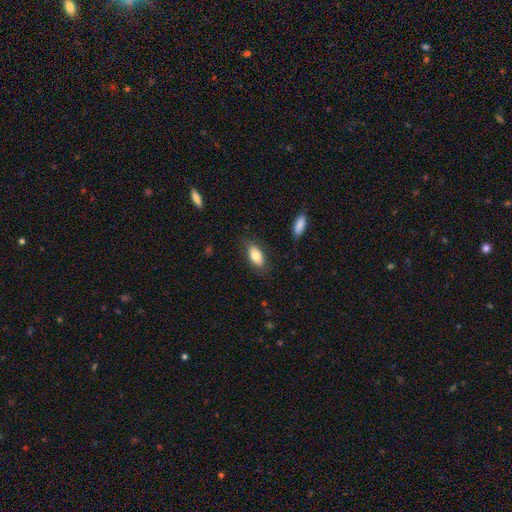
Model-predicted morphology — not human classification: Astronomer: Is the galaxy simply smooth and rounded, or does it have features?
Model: smooth — 78%.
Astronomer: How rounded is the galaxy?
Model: in between — 91%.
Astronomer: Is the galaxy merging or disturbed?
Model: none — 80%.